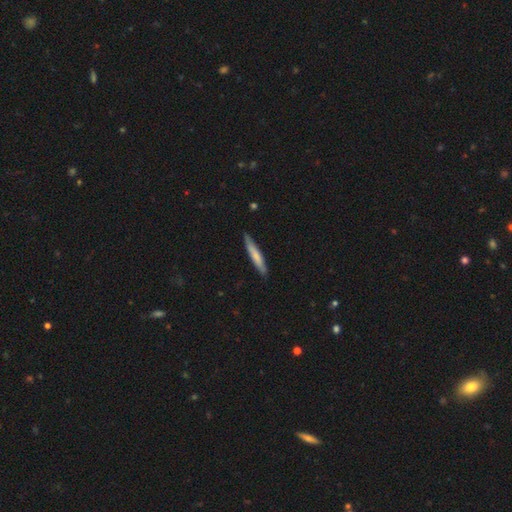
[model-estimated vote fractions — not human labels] This is likely a smooth galaxy (68%). How rounded: clearly cigar-shaped (93%). Merging: clearly none (85%).